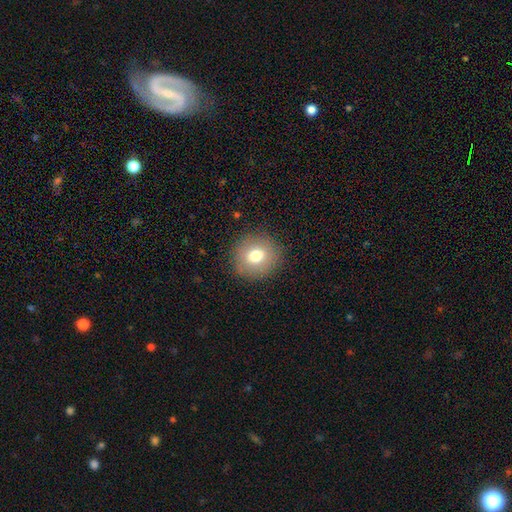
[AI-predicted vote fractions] A smooth galaxy with no disk features (74%) that is round (88%).

Vote fractions:
- Smooth or featured? smooth: 74% / featured or disk: 15% / star or artifact: 10%
- How rounded? round: 88% / in between: 11% / cigar-shaped: 1%
- Merging? none: 88% / minor disturbance: 8% / major disturbance: 3% / merger: 1%